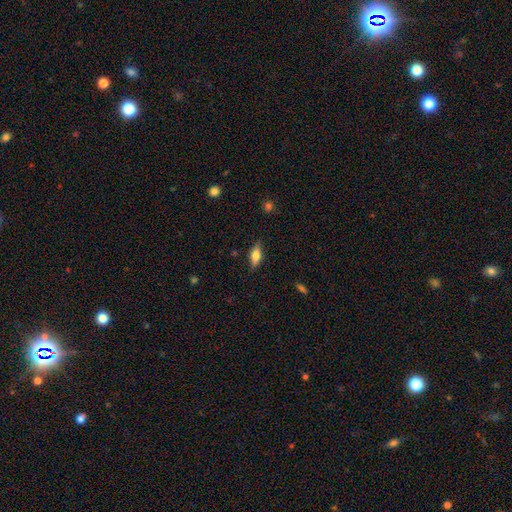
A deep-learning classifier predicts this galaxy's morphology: The model was most divided on "smooth or featured": smooth: 59%, featured or disk: 33%, star or artifact: 8%. More confident: merging — none (82%); how rounded — in between (70%).